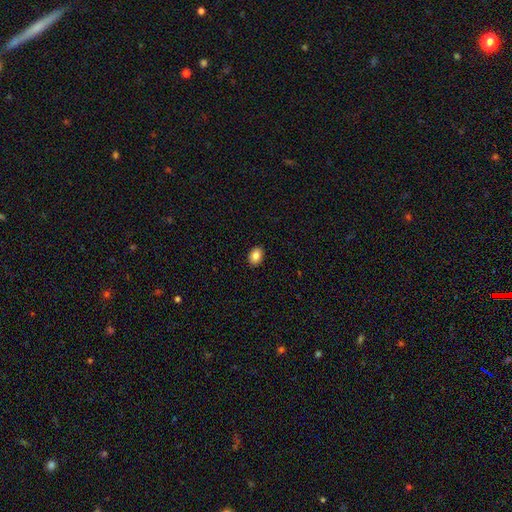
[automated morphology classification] smooth 86%, star or artifact 8%, featured or disk 6%. Down the decision tree: how rounded — in between (76%); merging — none (90%).